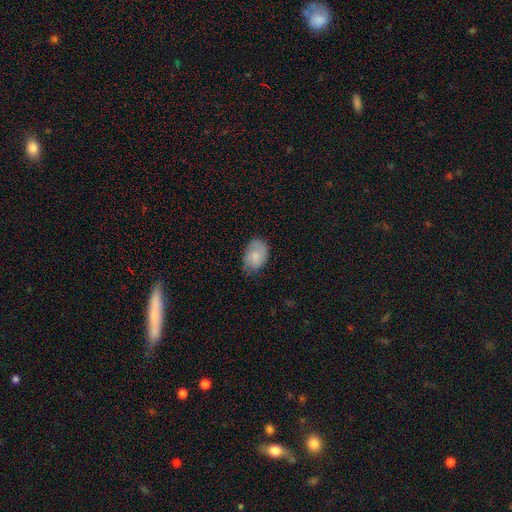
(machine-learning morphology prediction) This is likely a smooth galaxy (76%). How rounded: clearly in between (85%). Merging: likely none (65%).